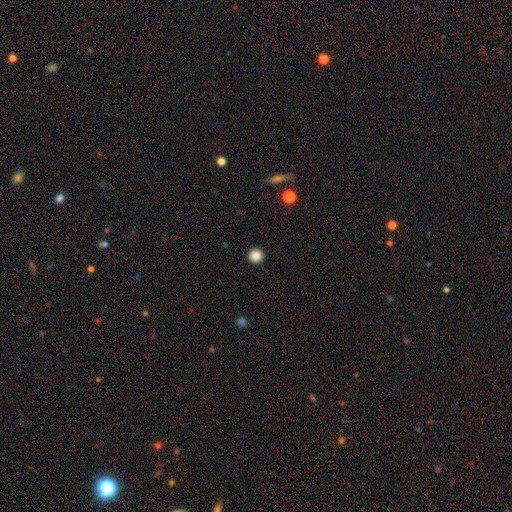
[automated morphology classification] A smooth galaxy with no disk features (87%) that is round (96%). Merging: none (94%).